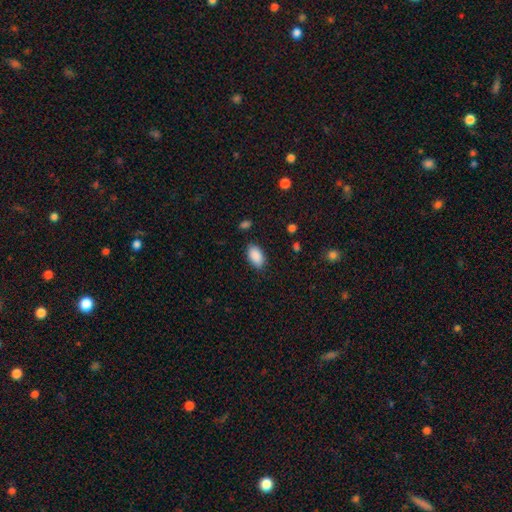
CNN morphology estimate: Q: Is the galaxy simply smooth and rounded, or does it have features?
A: smooth — 90%.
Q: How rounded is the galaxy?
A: in between — 94%.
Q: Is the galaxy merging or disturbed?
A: none — 85%.